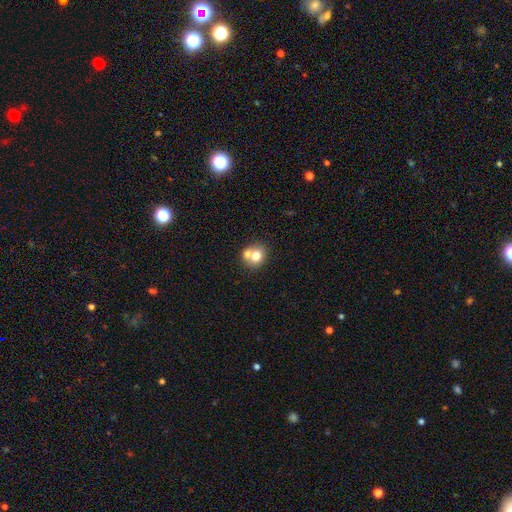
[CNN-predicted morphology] Smooth or featured? Predicted: smooth (p=0.71). How rounded? Predicted: round (p=0.74). Merging? Predicted: merger (p=0.47).